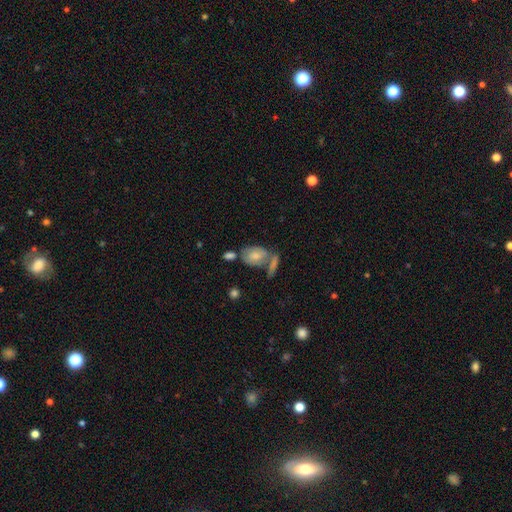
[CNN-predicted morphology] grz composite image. It shows a smooth galaxy with no disk features (66%) that is in between round and cigar-shaped (78%). Merging: none (41%).